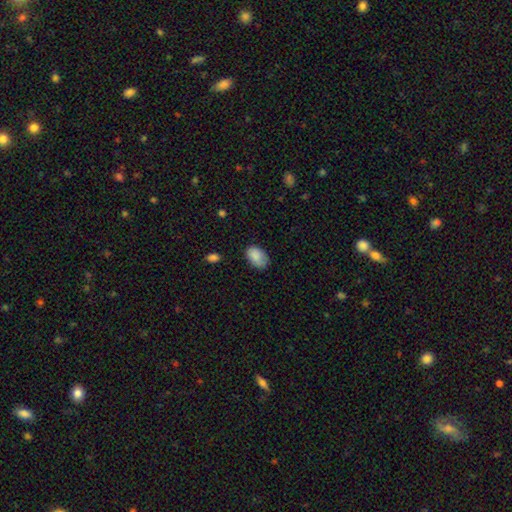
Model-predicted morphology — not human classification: The model was most divided on "merging": none: 72%, minor disturbance: 22%, major disturbance: 5%, merger: 2%. More confident: how rounded — in between (88%); smooth or featured — smooth (87%).